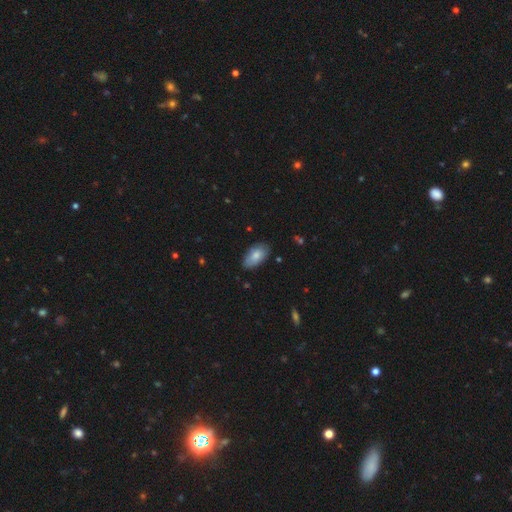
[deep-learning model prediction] Smooth or featured? Predicted: smooth (p=0.78). How rounded? Predicted: in between (p=0.94). Merging? Predicted: none (p=0.75).